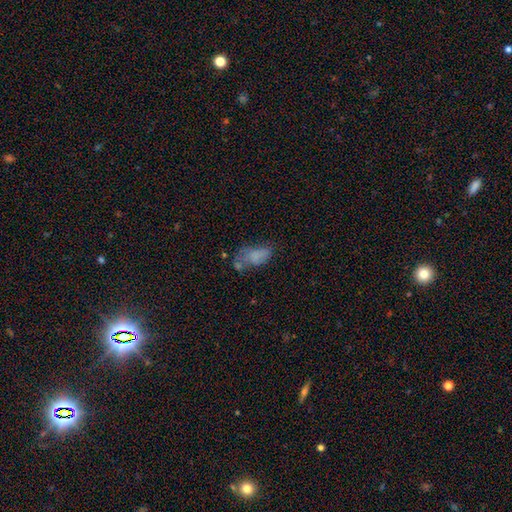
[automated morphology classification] The model was most divided on "merging": none: 30%, major disturbance: 27%, minor disturbance: 26%, merger: 17%. More confident: how rounded — in between (89%); smooth or featured — smooth (61%).